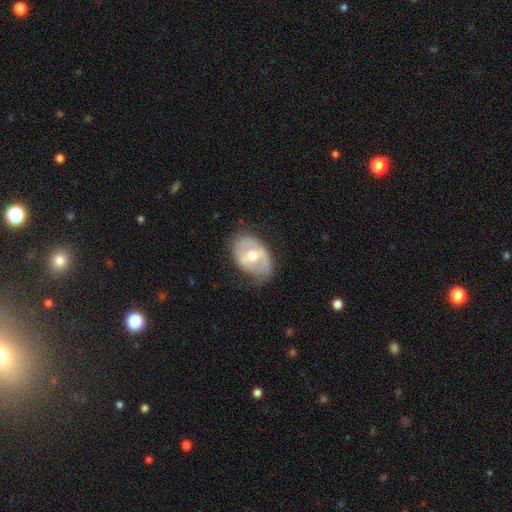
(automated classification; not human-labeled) The model was most divided on "bar": weak: 43%, no: 40%, strong: 17%. Remaining: edge-on disk — no (95%); merging — none (77%); spiral arms — yes (74%); smooth or featured — featured or disk (71%); spiral arm count — 2 (64%); bulge size — moderate (58%); spiral winding — tight (45%).